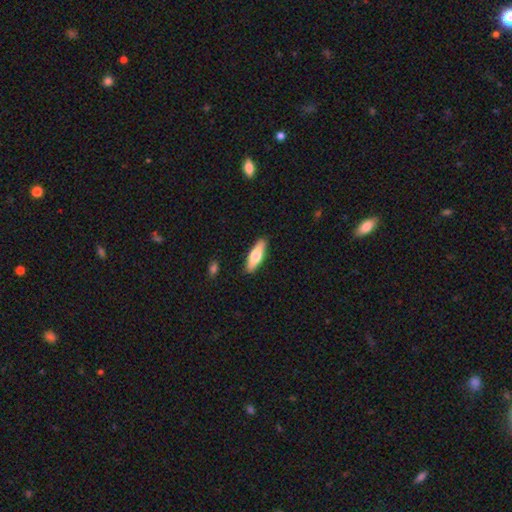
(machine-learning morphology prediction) This is likely a smooth galaxy (65%). How rounded: possibly cigar-shaped (52%). Merging: clearly none (89%).